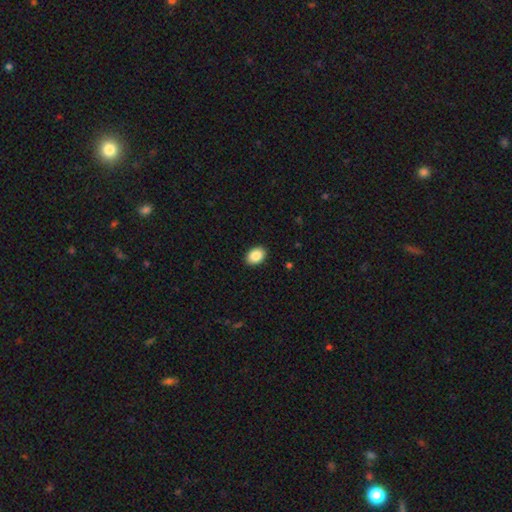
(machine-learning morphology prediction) Smooth or featured: smooth — 88% (star or artifact — 8%)
How rounded: in between — 76% (round — 23%)
Merging: none — 91% (minor disturbance — 7%)